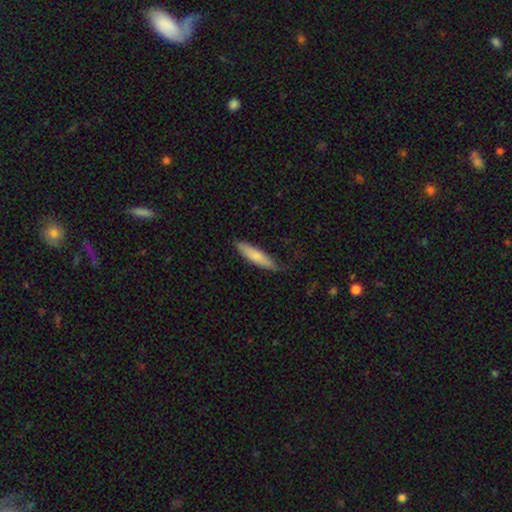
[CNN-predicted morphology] Overall: smooth (77%). How rounded: cigar-shaped (78%). Merging: none (71%).